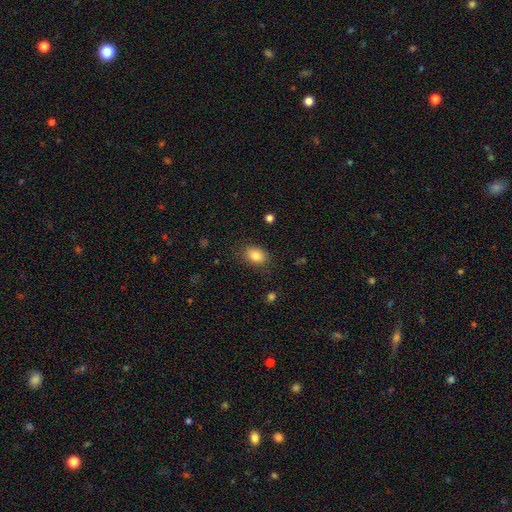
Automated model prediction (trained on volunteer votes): smooth_or_featured: smooth (p=0.84) [alt: star or artifact p=0.09]
how_rounded: in between (p=0.77) [alt: round p=0.22]
merging: none (p=0.81) [alt: minor disturbance p=0.14]